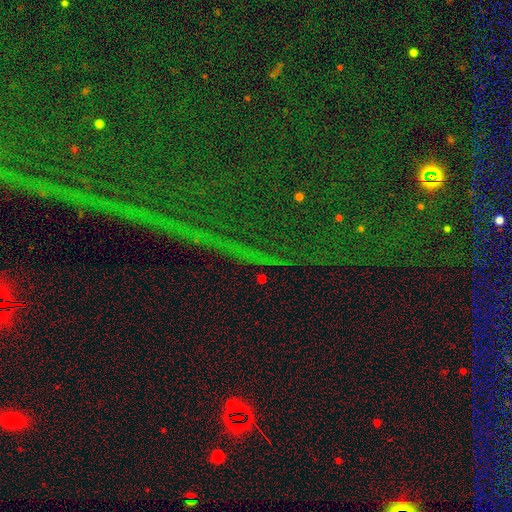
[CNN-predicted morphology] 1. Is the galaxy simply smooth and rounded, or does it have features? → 85% star or artifact, 7% smooth, 7% featured or disk.